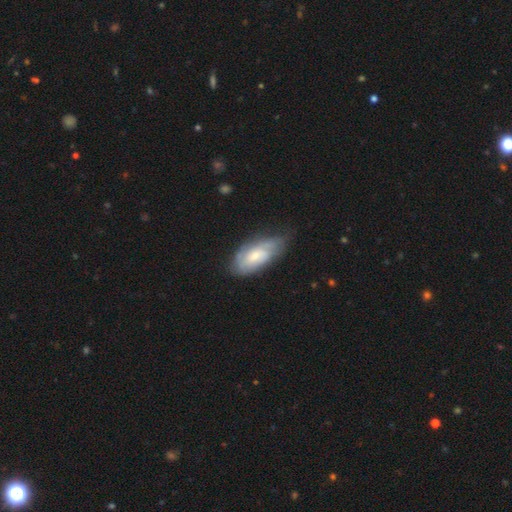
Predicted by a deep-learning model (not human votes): A featured or disk galaxy (50%). Merging: none (53%).